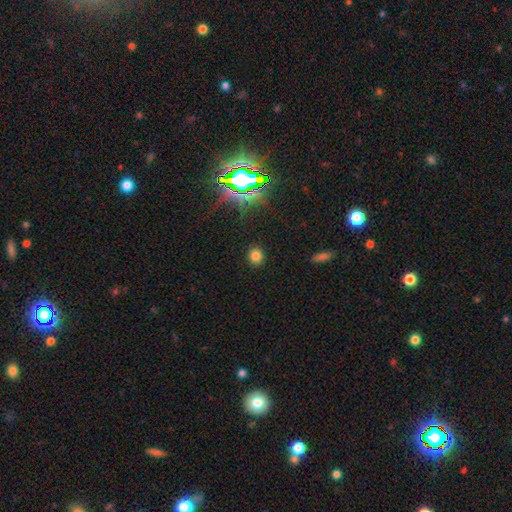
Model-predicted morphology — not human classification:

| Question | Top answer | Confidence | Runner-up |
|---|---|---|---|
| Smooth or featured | smooth | 75% | star or artifact (19%) |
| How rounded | round | 78% | in between (21%) |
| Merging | none | 90% | minor disturbance (7%) |